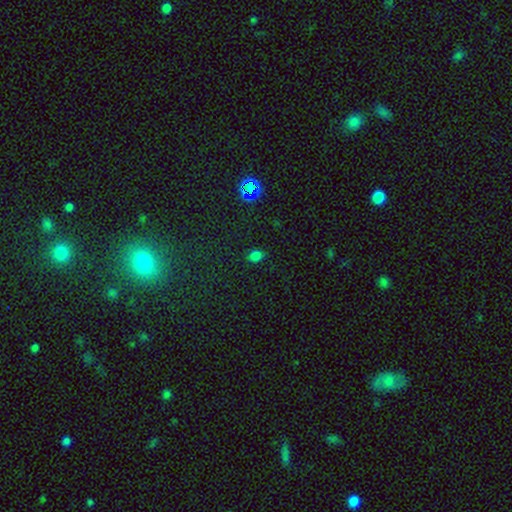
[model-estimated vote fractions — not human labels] smooth-or-featured: smooth: 72% | star or artifact: 23% | featured or disk: 5%
  how-rounded: in between: 56% | round: 43% | cigar-shaped: 1%
  merging: none: 82% | minor disturbance: 13% | major disturbance: 3% | merger: 2%